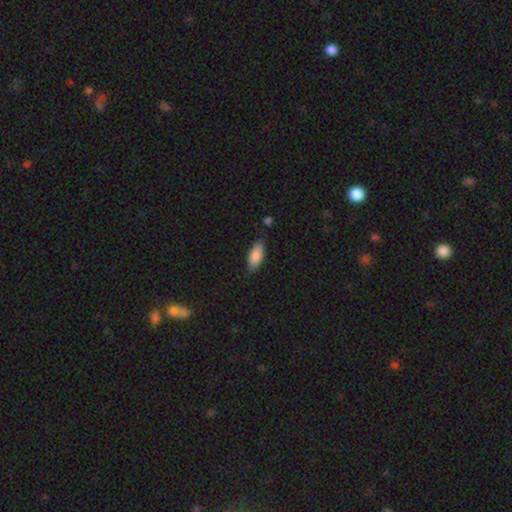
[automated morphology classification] smooth-or-featured: smooth: 87% | featured or disk: 7% | star or artifact: 6%
  how-rounded: in between: 80% | cigar-shaped: 18% | round: 2%
  merging: none: 82% | minor disturbance: 13% | major disturbance: 3% | merger: 2%